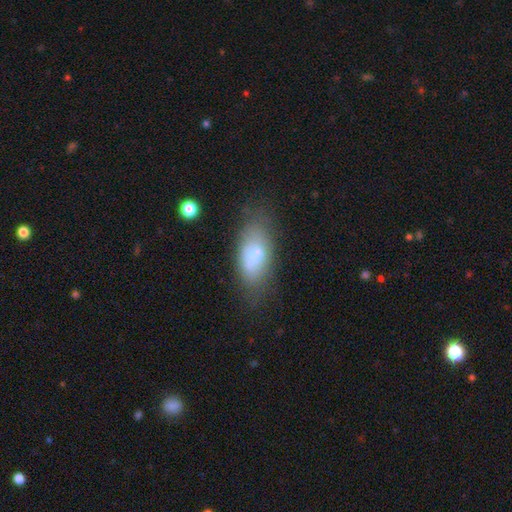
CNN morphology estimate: This is likely a smooth galaxy (65%). How rounded: clearly in between (86%). Merging: likely none (63%).